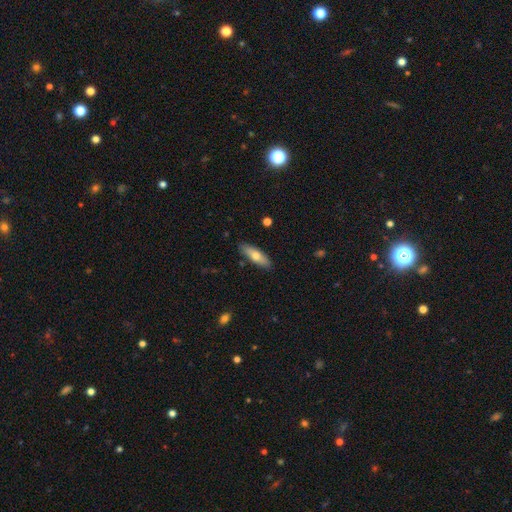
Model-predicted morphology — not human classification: smooth_or_featured: smooth (p=0.67) [alt: featured or disk p=0.27]
how_rounded: in between (p=0.51) [alt: cigar-shaped p=0.47]
merging: none (p=0.86) [alt: minor disturbance p=0.10]